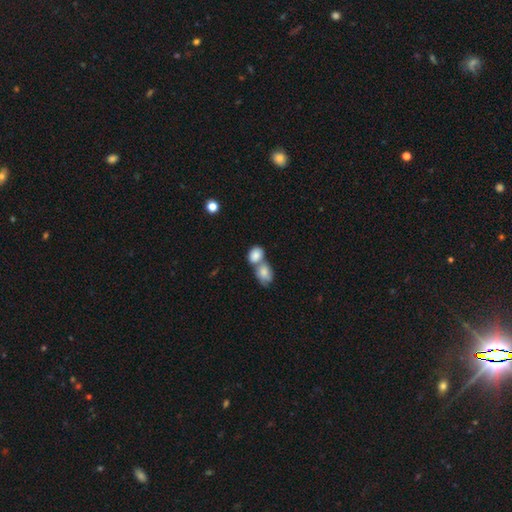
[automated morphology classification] Overall: smooth (83%). How rounded: in between (68%; round 31%). Merging: merger (66%).